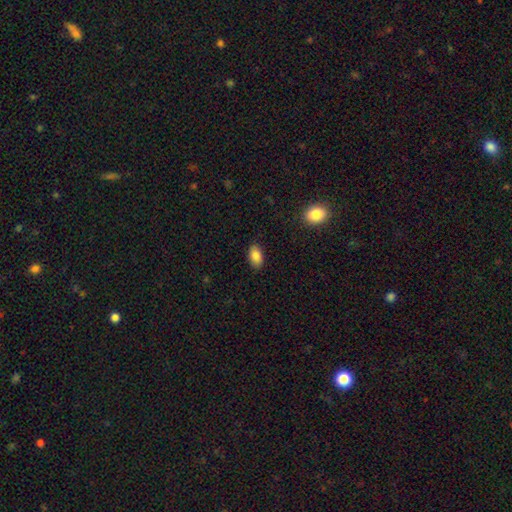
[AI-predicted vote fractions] This appears to be a smooth galaxy with no disk features (86%) that is in between round and cigar-shaped (91%). Merging: none (87%).